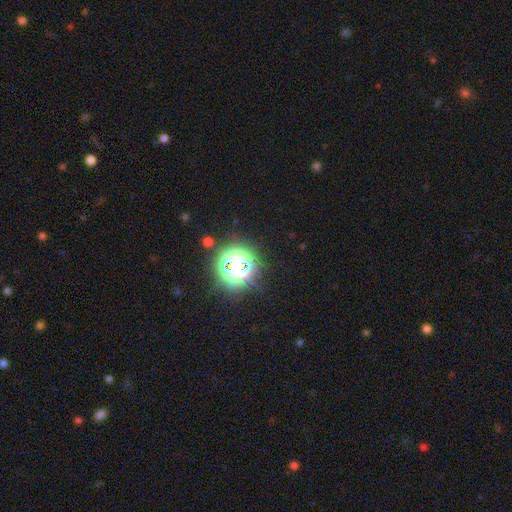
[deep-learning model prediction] Q: Smooth or featured?
A: star or artifact (79%); runner-up: smooth (16%)